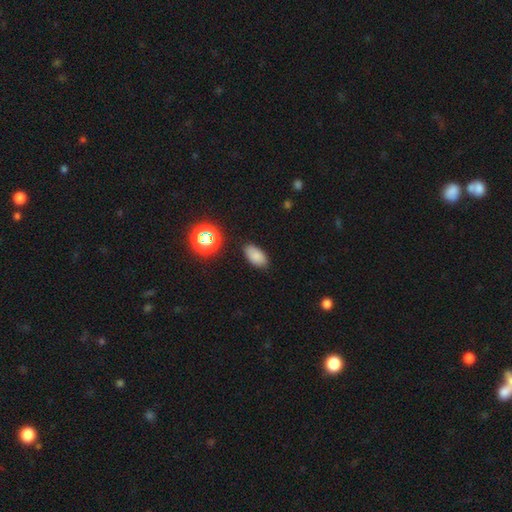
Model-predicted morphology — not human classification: Overall: smooth (81%). How rounded: in between (92%). Merging: none (84%).